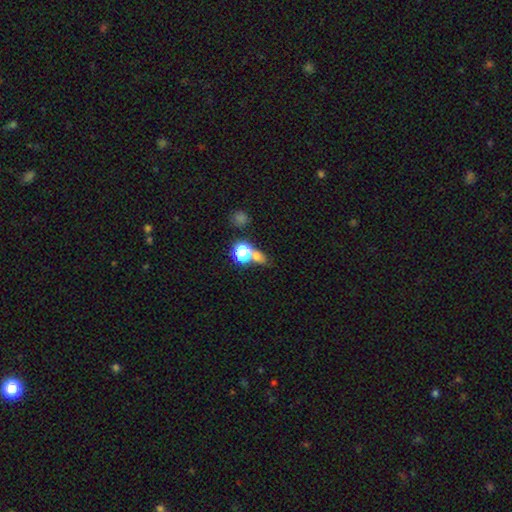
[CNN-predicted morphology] Smooth or featured?
  - smooth: 63% *
  - star or artifact: 27%
  - featured or disk: 10%
How rounded?
  - round: 60% *
  - in between: 36%
  - cigar-shaped: 4%
Merging?
  - none: 48% *
  - merger: 36%
  - minor disturbance: 10%
  - major disturbance: 7%